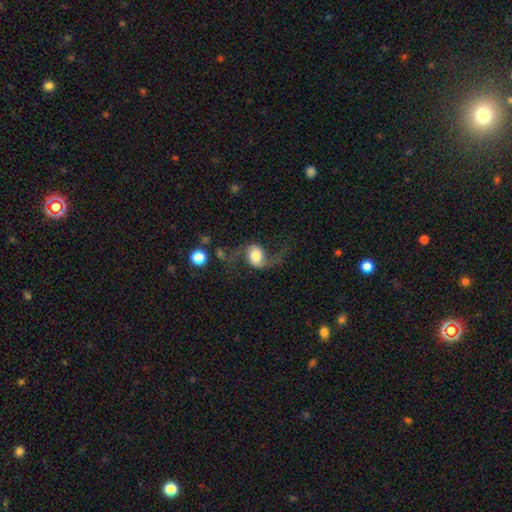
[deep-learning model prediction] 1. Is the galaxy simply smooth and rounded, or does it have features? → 70% featured or disk, 23% smooth, 8% star or artifact.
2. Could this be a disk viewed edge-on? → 96% no, 4% yes.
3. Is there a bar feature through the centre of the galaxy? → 62% no, 29% weak, 9% strong.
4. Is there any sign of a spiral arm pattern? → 93% yes, 7% no.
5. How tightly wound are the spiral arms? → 86% loose, 12% medium, 3% tight.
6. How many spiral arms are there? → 89% 2, 6% 1, 2% can't tell, 1% 3, 1% 4, 1% more than 4.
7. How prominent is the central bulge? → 40% large, 31% moderate, 17% dominant, 8% small, 3% none.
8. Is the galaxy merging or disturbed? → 53% none, 24% major disturbance, 18% minor disturbance, 5% merger.